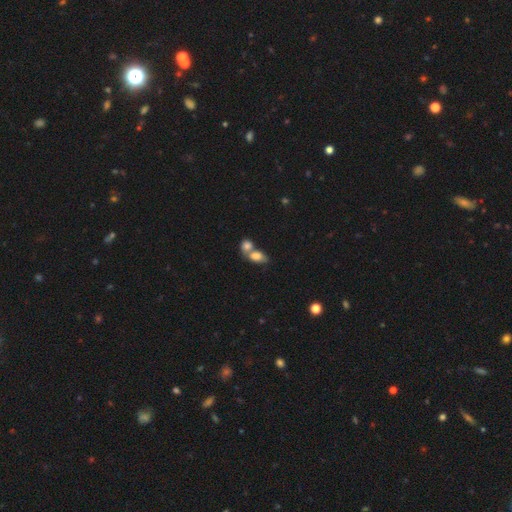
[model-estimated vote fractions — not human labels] A smooth galaxy with no disk features (79%) that is in between round and cigar-shaped (80%).

Vote fractions:
- Smooth or featured? smooth: 79% / featured or disk: 12% / star or artifact: 9%
- How rounded? in between: 80% / round: 17% / cigar-shaped: 2%
- Merging? merger: 66% / none: 22% / minor disturbance: 7% / major disturbance: 4%